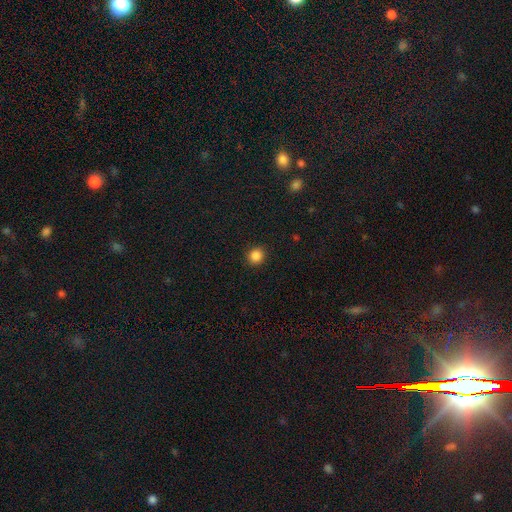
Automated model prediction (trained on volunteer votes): The model was most divided on "how rounded": round: 86%, in between: 13%, cigar-shaped: 1%. More confident: merging — none (91%); smooth or featured — smooth (86%).